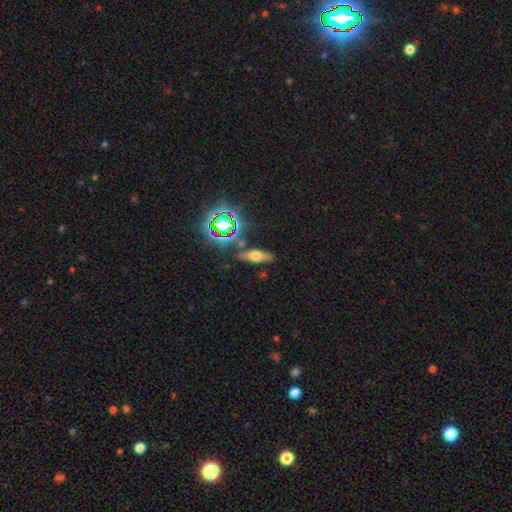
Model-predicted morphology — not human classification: smooth 48%, featured or disk 30%, star or artifact 22%. Down the decision tree: merging — none (80%).